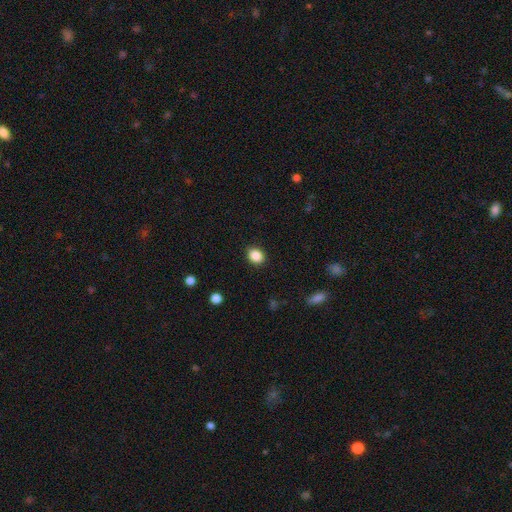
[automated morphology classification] smooth-or-featured: smooth: 87% | star or artifact: 9% | featured or disk: 3%
  how-rounded: round: 54% | in between: 45% | cigar-shaped: 1%
  merging: none: 89% | minor disturbance: 7% | major disturbance: 2% | merger: 1%